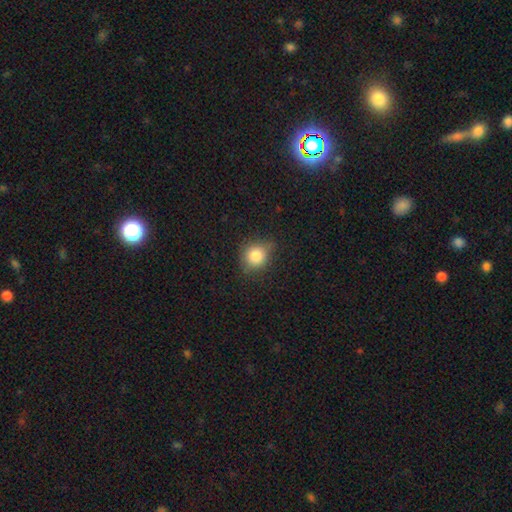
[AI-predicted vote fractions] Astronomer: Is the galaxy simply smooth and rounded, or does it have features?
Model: smooth — 82%.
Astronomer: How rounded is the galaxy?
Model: round — 80%.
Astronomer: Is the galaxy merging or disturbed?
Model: none — 71%.